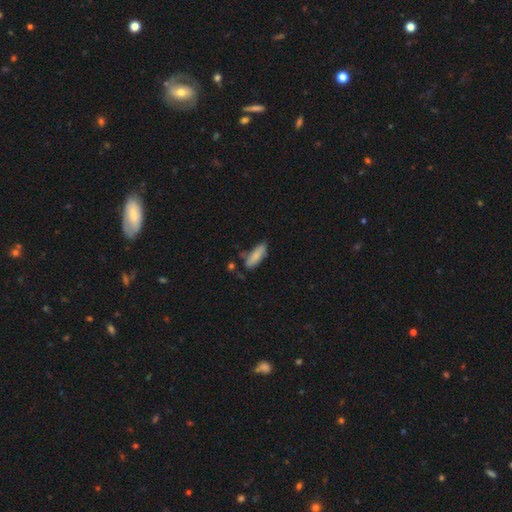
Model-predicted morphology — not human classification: This appears to be a smooth galaxy with no disk features (79%) that is in between round and cigar-shaped (61%). Merging: none (58%).